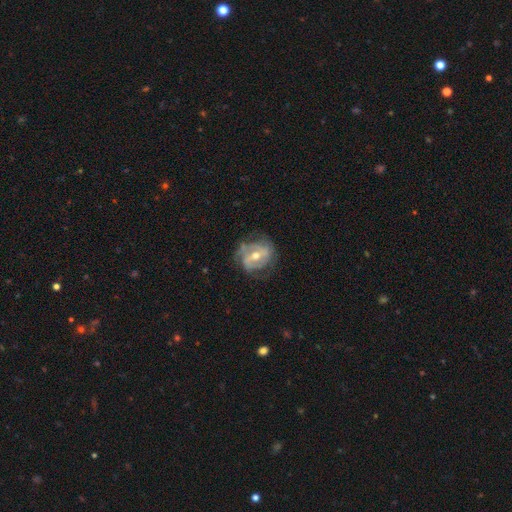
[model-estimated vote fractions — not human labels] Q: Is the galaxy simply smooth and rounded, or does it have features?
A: featured or disk — 81%.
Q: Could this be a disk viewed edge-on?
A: no — 97%.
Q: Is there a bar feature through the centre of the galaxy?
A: weak — 40%.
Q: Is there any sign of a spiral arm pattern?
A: yes — 86%.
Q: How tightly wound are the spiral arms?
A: tight — 47%.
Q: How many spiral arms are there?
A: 2 — 49%.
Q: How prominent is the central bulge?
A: moderate — 67%.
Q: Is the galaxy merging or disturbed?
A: none — 63%.